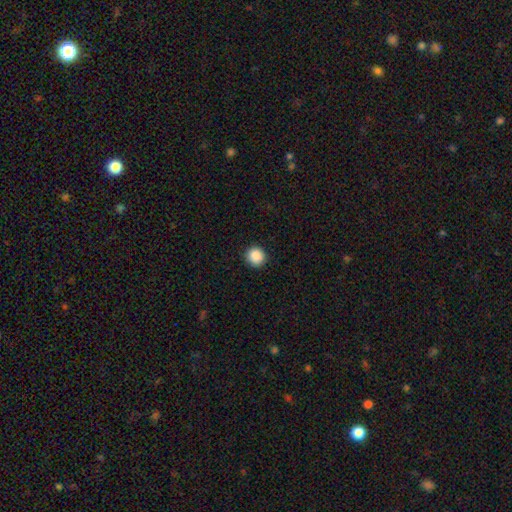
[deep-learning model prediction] A smooth galaxy with no disk features (88%) that is round (90%). Merging: none (90%).